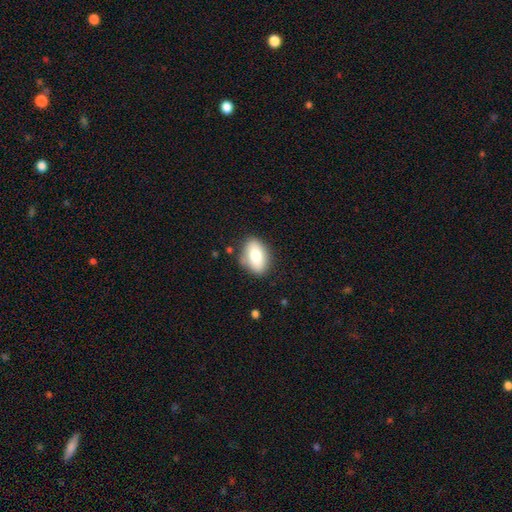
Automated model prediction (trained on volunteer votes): smooth-or-featured: smooth: 76% | featured or disk: 17% | star or artifact: 7%
  how-rounded: in between: 88% | round: 10% | cigar-shaped: 2%
  merging: none: 79% | minor disturbance: 15% | major disturbance: 4% | merger: 2%